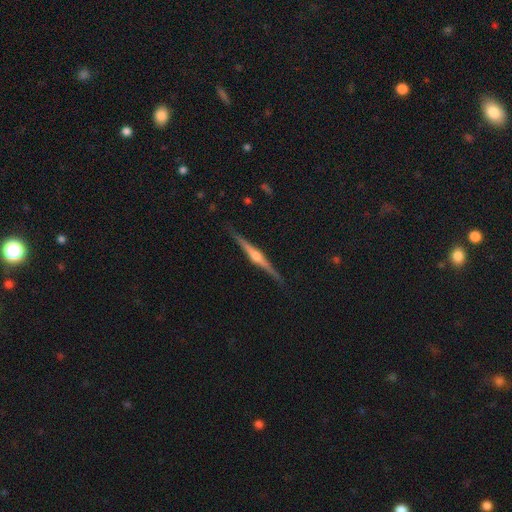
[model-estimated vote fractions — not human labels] A featured or disk galaxy (84%) viewed edge-on (98%) with a rounded central bulge (87%). Merging: none (90%).